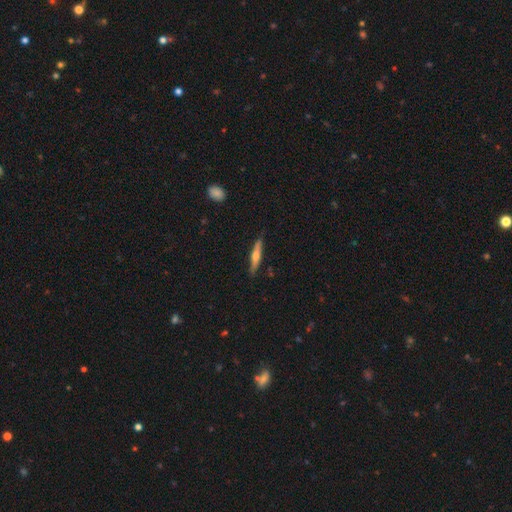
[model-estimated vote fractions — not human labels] Overall: featured or disk (49%; smooth 45%). Merging: none (85%).